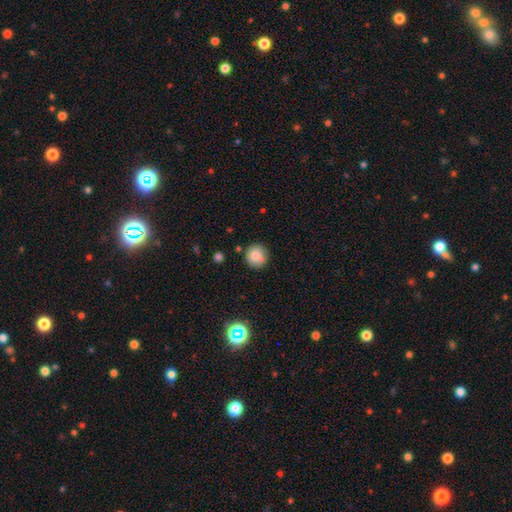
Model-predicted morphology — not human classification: Q: Smooth or featured?
A: smooth (80%); runner-up: featured or disk (10%)
Q: How rounded?
A: round (94%); runner-up: in between (5%)
Q: Merging?
A: none (81%); runner-up: minor disturbance (11%)